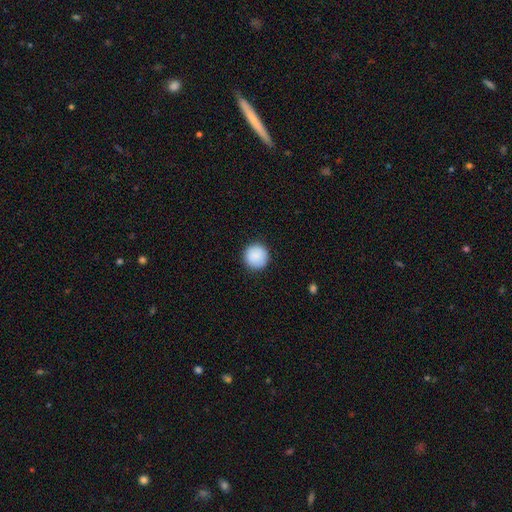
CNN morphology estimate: A smooth galaxy with no disk features (90%) that is round (96%). Merging: none (92%).